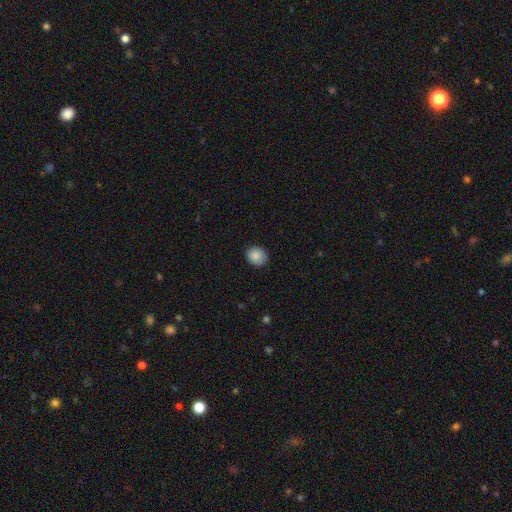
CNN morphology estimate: type=smooth (87%); roundness=round (68%); merging=none (85%).